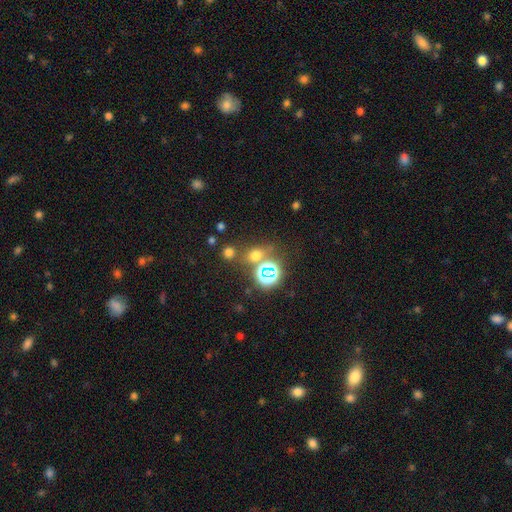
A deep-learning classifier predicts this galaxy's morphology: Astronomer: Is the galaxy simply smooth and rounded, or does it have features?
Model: smooth — 52% (runner-up: star or artifact, 39%).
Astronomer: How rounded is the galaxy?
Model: round — 68%.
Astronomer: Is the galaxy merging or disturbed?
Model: none — 69%.